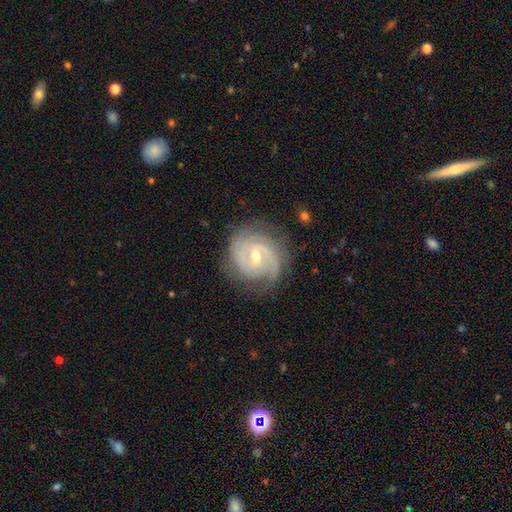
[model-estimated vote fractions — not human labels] Smooth or featured? featured or disk (88%)
Edge-on disk? no (97%)
Bar? weak (54%)
Spiral arms? yes (97%)
Spiral winding? tight (63%)
Spiral arm count? 2 (47%)
Bulge size? moderate (52%)
Merging? none (78%)